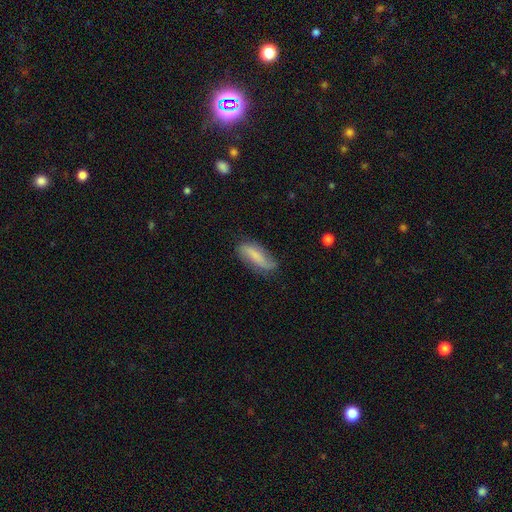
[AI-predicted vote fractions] Overall: smooth (56%; featured or disk 36%). How rounded: in between (60%; cigar-shaped 37%). Merging: none (68%).